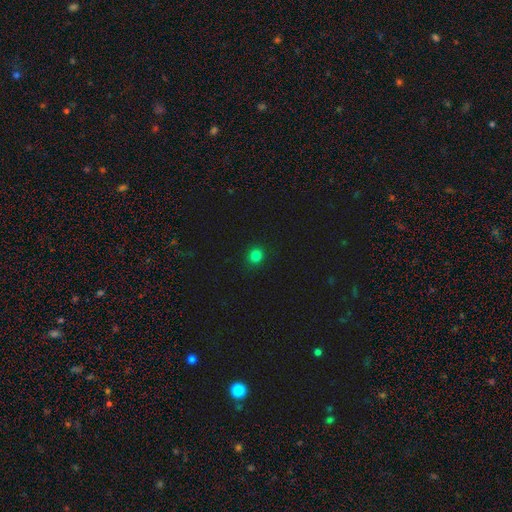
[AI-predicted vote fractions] Smooth or featured: smooth — 81% (star or artifact — 15%)
How rounded: round — 83% (in between — 16%)
Merging: none — 91% (minor disturbance — 6%)